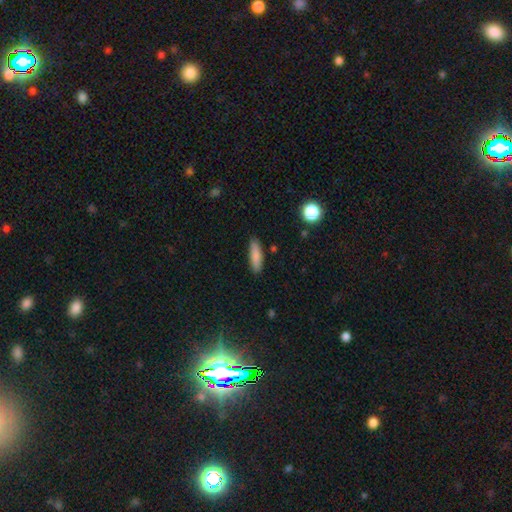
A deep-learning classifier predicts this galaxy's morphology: Overall: smooth (85%). How rounded: cigar-shaped (59%; in between 39%). Merging: none (86%).